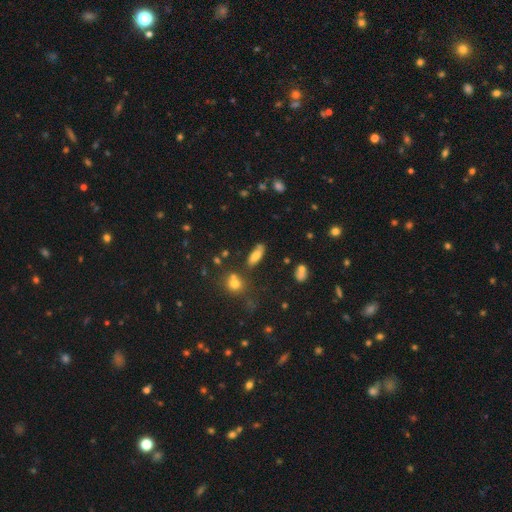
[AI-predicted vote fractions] Q: Smooth or featured?
A: smooth (73%); runner-up: featured or disk (16%)
Q: How rounded?
A: in between (72%); runner-up: cigar-shaped (24%)
Q: Merging?
A: none (67%); runner-up: minor disturbance (17%)